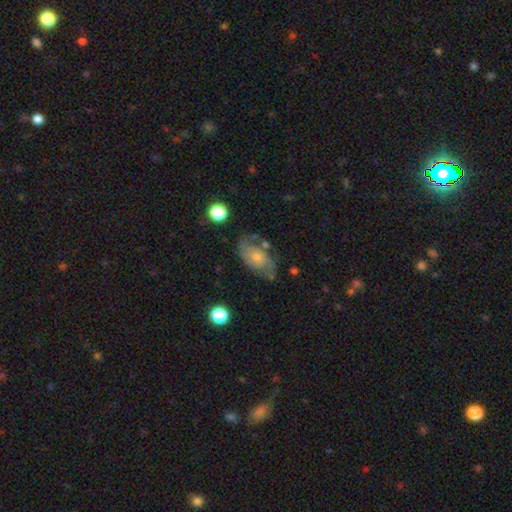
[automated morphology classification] Overall: featured or disk (65%; smooth 26%). Edge-on disk: no (95%). Bar: no (74%). Spiral arms: yes (86%). Spiral arm count: 2 (76%). Spiral winding: medium (46%; tight 31%). Bulge size: small (54%; moderate 34%). Merging: none (66%).